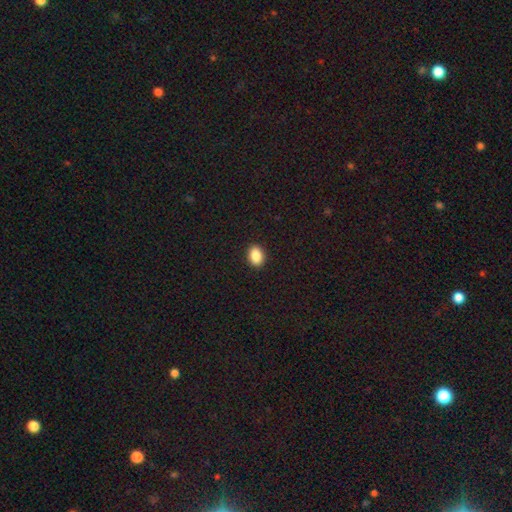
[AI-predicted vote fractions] Overall: smooth (88%). How rounded: in between (73%). Merging: none (91%).